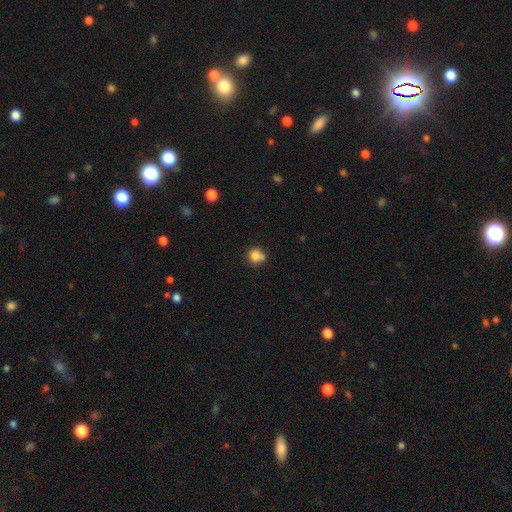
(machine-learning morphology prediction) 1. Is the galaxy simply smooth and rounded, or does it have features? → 81% smooth, 11% star or artifact, 9% featured or disk.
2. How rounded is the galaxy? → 84% round, 15% in between, 1% cigar-shaped.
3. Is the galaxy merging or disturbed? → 55% none, 23% merger, 18% minor disturbance, 5% major disturbance.